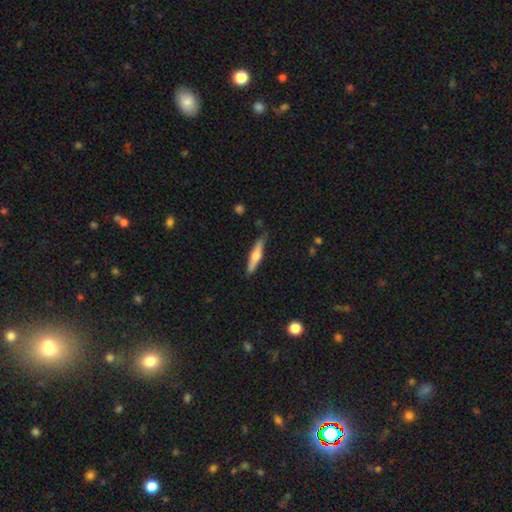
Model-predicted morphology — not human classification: Smooth or featured?
  - smooth: 49% *
  - featured or disk: 46%
  - star or artifact: 6%
Merging?
  - none: 82% *
  - minor disturbance: 14%
  - major disturbance: 2%
  - merger: 2%